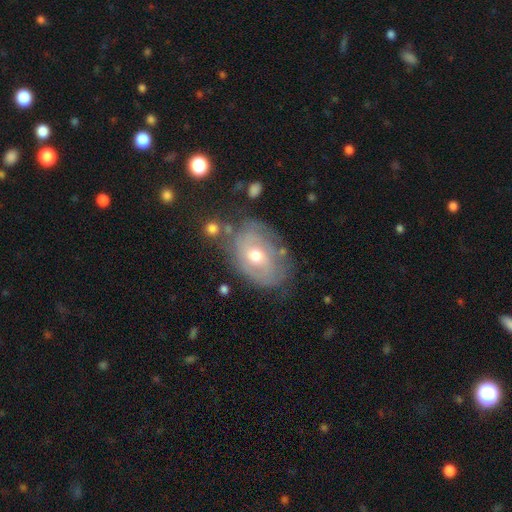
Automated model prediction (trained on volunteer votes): Overall: featured or disk (68%). Edge-on disk: no (95%). Bar: no (64%; weak 30%). Spiral arms: yes (73%). Bulge size: moderate (69%). Merging: none (62%; minor disturbance 23%).